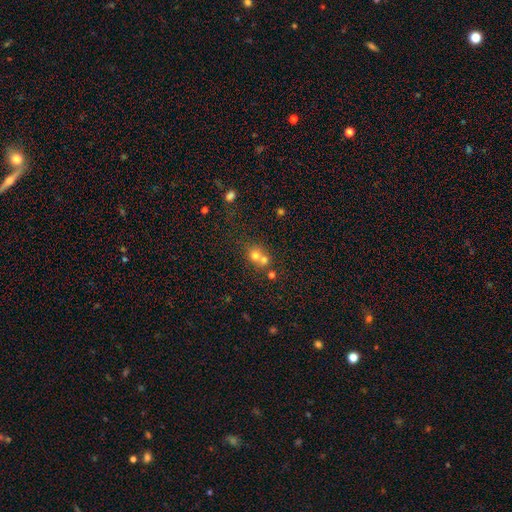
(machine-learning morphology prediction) A smooth galaxy with no disk features (69%) that is round (80%).

Vote fractions:
- Smooth or featured? smooth: 69% / featured or disk: 16% / star or artifact: 15%
- How rounded? round: 80% / in between: 19% / cigar-shaped: 1%
- Merging? merger: 58% / none: 33% / minor disturbance: 6% / major disturbance: 3%